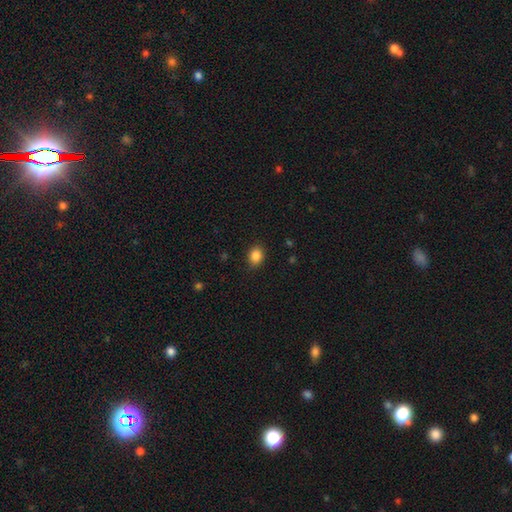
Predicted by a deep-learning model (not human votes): Smooth or featured? smooth (87%)
How rounded? in between (54%)
Merging? none (86%)